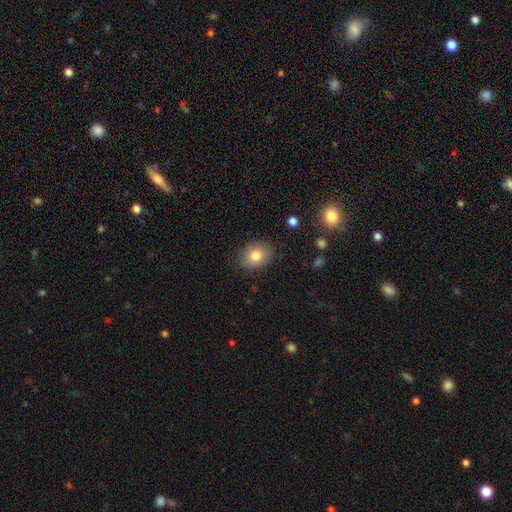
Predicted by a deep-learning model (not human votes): smooth-or-featured: smooth: 80% | featured or disk: 11% | star or artifact: 9%
  how-rounded: in between: 60% | round: 39% | cigar-shaped: 1%
  merging: none: 85% | minor disturbance: 12% | major disturbance: 3% | merger: 1%